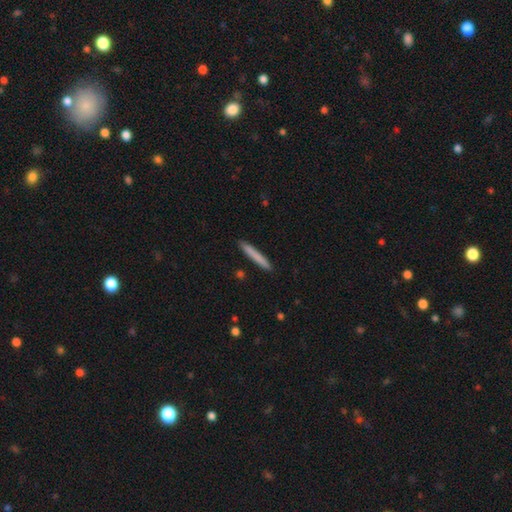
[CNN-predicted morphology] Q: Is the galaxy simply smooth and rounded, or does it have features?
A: smooth — 78%.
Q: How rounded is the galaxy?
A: cigar-shaped — 96%.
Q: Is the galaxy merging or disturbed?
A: none — 92%.